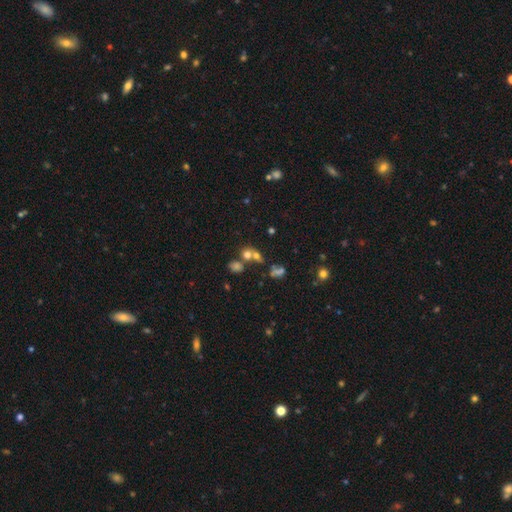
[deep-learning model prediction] Q: Smooth or featured?
A: smooth (53%); runner-up: star or artifact (31%)
Q: How rounded?
A: round (72%); runner-up: in between (25%)
Q: Merging?
A: none (45%); runner-up: merger (38%)